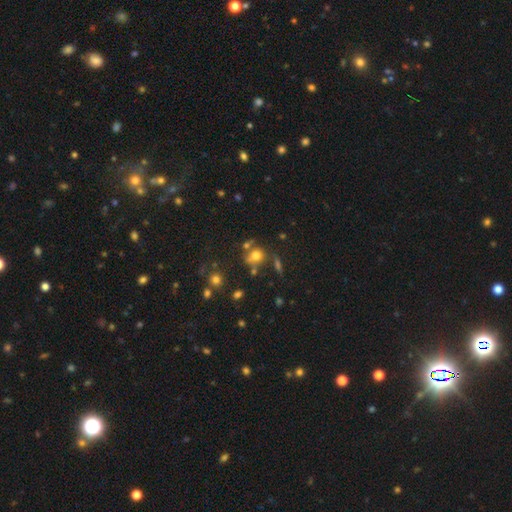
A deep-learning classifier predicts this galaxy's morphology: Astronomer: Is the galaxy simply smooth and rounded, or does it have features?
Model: smooth — 67%.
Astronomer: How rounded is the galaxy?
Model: round — 75%.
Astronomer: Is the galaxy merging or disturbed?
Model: none — 56%.